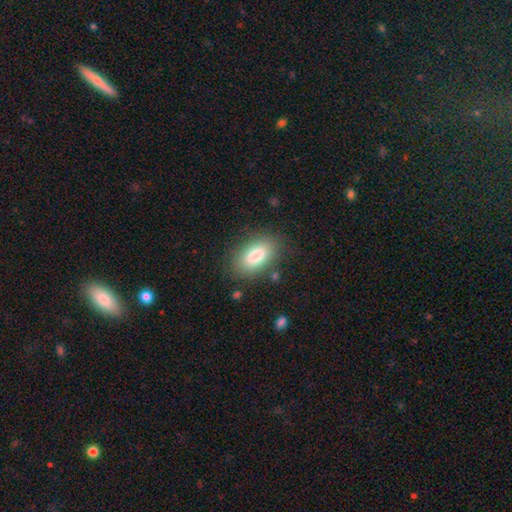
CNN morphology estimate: smooth-or-featured: smooth: 84% | featured or disk: 9% | star or artifact: 7%
  how-rounded: in between: 92% | round: 5% | cigar-shaped: 3%
  merging: none: 83% | minor disturbance: 12% | major disturbance: 4% | merger: 2%